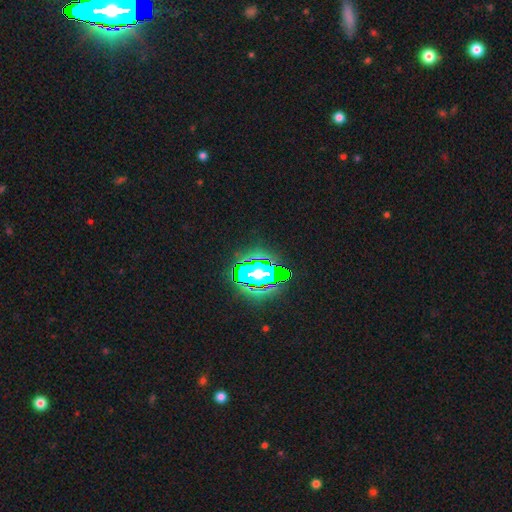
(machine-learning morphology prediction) Overall: star or artifact (79%).